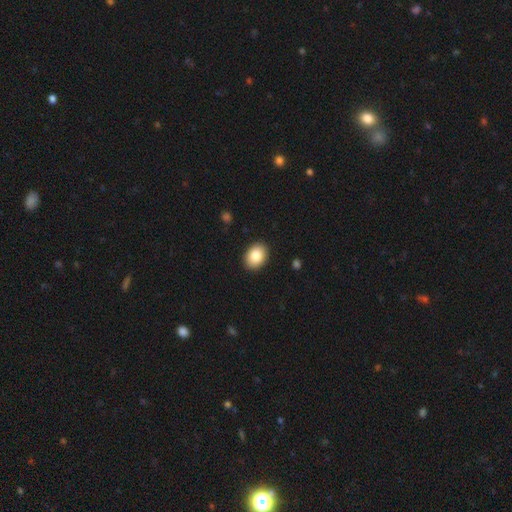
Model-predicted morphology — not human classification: Overall: smooth (85%). How rounded: in between (70%). Merging: none (90%).